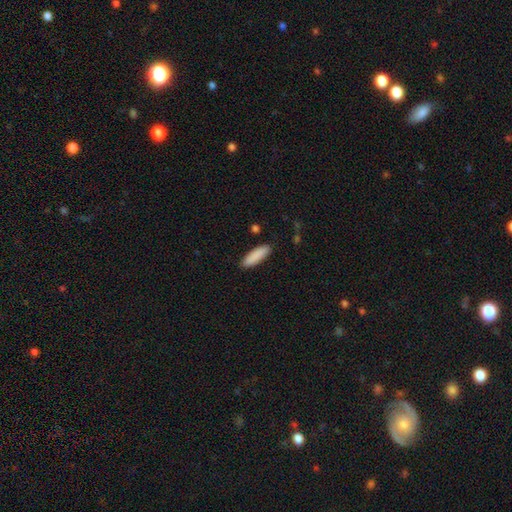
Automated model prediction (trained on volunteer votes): Smooth or featured? smooth (89%)
How rounded? cigar-shaped (58%)
Merging? none (89%)